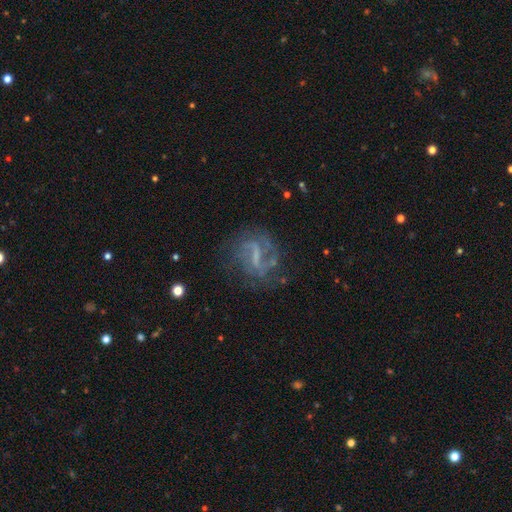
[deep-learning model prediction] Smooth or featured? Predicted: featured or disk (p=0.78). Edge-on disk? Predicted: no (p=0.96). Bar? Predicted: strong (p=0.47). Spiral arms? Predicted: yes (p=0.84). Spiral winding? Predicted: medium (p=0.41). Spiral arm count? Predicted: 2 (p=0.61). Bulge size? Predicted: none (p=0.52). Merging? Predicted: none (p=0.64).